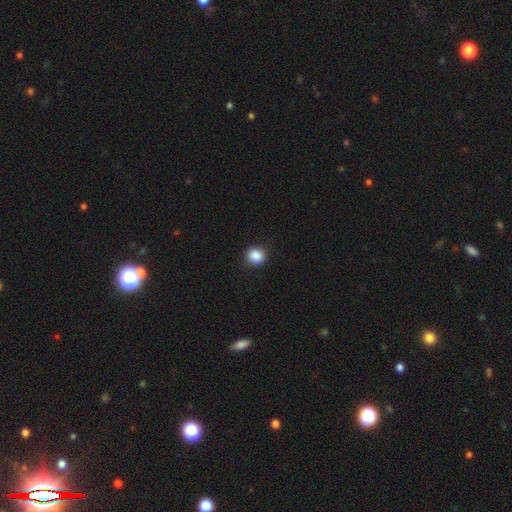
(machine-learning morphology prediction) Smooth or featured?
  - smooth: 88% *
  - star or artifact: 10%
  - featured or disk: 3%
How rounded?
  - round: 87% *
  - in between: 12%
  - cigar-shaped: 1%
Merging?
  - none: 90% *
  - minor disturbance: 7%
  - major disturbance: 2%
  - merger: 1%